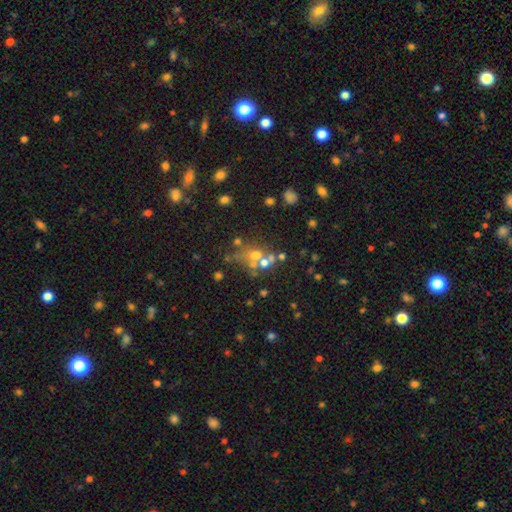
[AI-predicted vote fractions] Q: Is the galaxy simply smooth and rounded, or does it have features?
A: smooth — 43%.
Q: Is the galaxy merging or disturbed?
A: none — 47%.